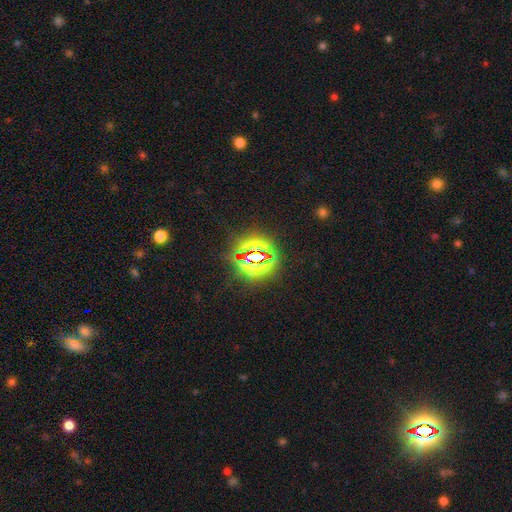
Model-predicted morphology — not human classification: Smooth or featured? star or artifact (78%)